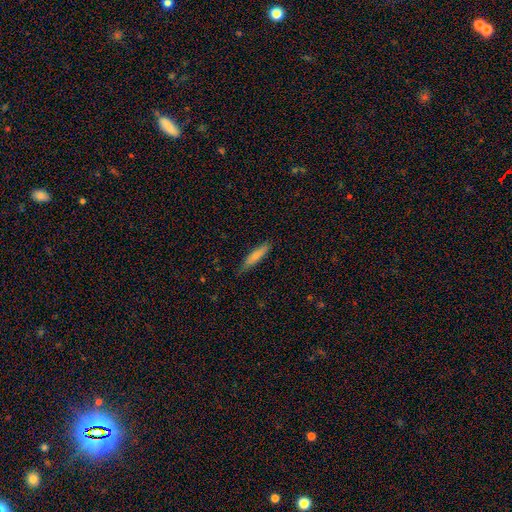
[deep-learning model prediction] Q: Smooth or featured?
A: smooth (76%); runner-up: featured or disk (18%)
Q: How rounded?
A: cigar-shaped (78%); runner-up: in between (20%)
Q: Merging?
A: none (82%); runner-up: minor disturbance (15%)